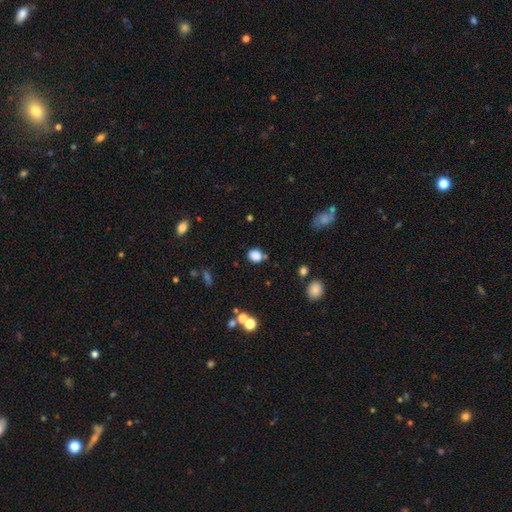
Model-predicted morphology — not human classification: Overall: smooth (82%). How rounded: round (63%; in between 36%). Merging: none (71%).